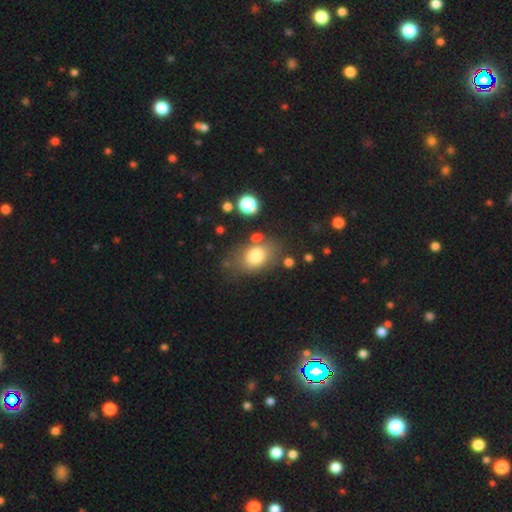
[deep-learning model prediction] Smooth or featured? smooth (78%)
How rounded? in between (71%)
Merging? none (66%)